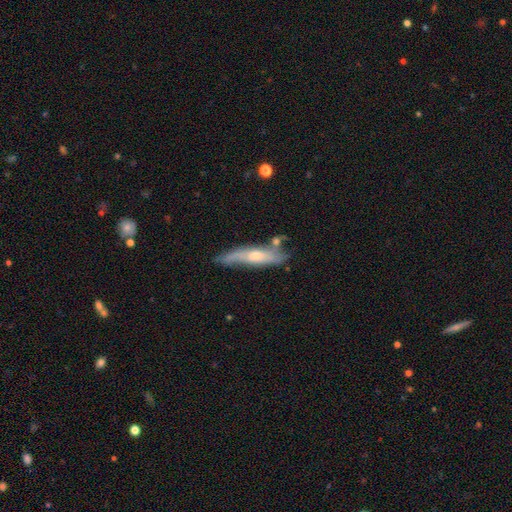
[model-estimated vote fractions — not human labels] Q: Smooth or featured?
A: featured or disk (55%); runner-up: smooth (38%)
Q: Edge-on disk?
A: yes (56%); runner-up: no (44%)
Q: Merging?
A: none (54%); runner-up: minor disturbance (27%)